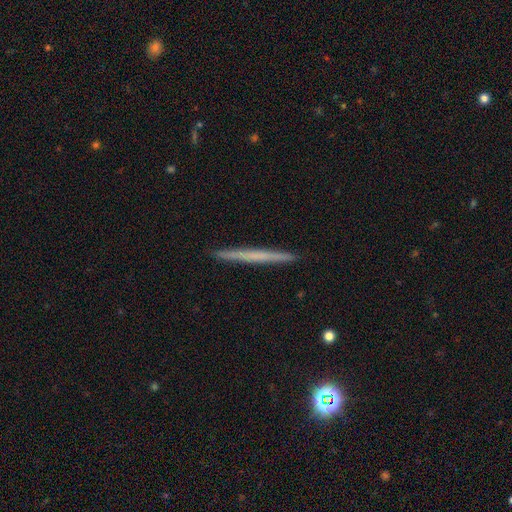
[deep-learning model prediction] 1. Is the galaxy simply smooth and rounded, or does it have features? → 49% smooth, 44% featured or disk, 6% star or artifact.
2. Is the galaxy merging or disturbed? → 93% none, 5% minor disturbance, 1% major disturbance, 1% merger.